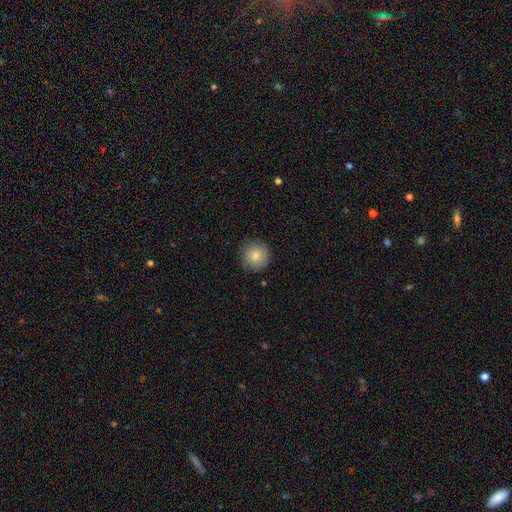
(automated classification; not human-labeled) A smooth galaxy with no disk features (83%) that is round (94%).

Vote fractions:
- Smooth or featured? smooth: 83% / star or artifact: 9% / featured or disk: 8%
- How rounded? round: 94% / in between: 5% / cigar-shaped: 1%
- Merging? none: 87% / minor disturbance: 10% / major disturbance: 2% / merger: 1%